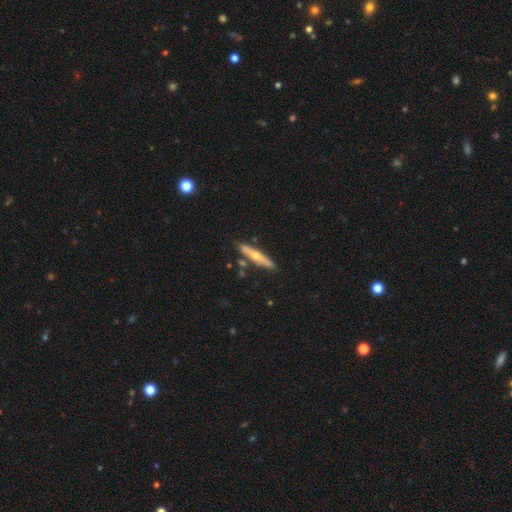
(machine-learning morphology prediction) Q: Smooth or featured?
A: featured or disk (54%); runner-up: smooth (41%)
Q: Edge-on disk?
A: yes (88%); runner-up: no (12%)
Q: Merging?
A: none (79%); runner-up: minor disturbance (12%)